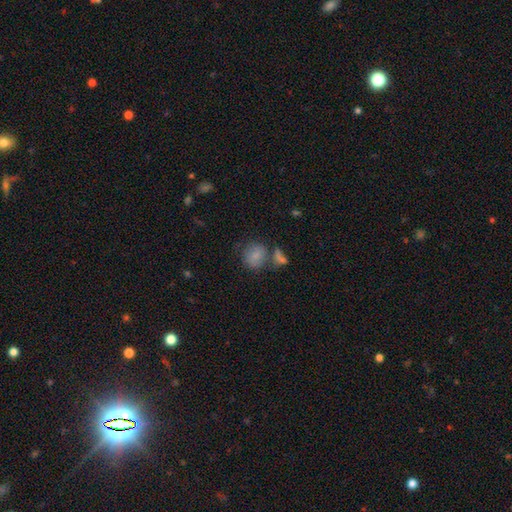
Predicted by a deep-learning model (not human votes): smooth-or-featured: smooth: 77% | featured or disk: 13% | star or artifact: 10%
  how-rounded: round: 65% | in between: 34% | cigar-shaped: 1%
  merging: none: 49% | merger: 27% | minor disturbance: 16% | major disturbance: 8%